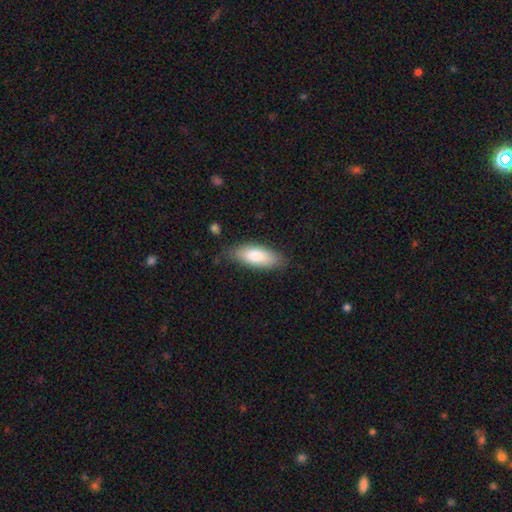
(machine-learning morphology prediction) Smooth or featured? Predicted: smooth (p=0.80). How rounded? Predicted: in between (p=0.75). Merging? Predicted: none (p=0.78).